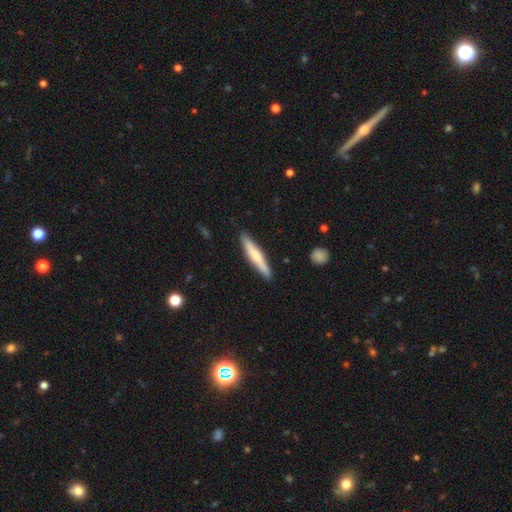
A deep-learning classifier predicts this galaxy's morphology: smooth 57%, featured or disk 38%, star or artifact 5%. Down the decision tree: how rounded — cigar-shaped (91%); merging — none (87%).